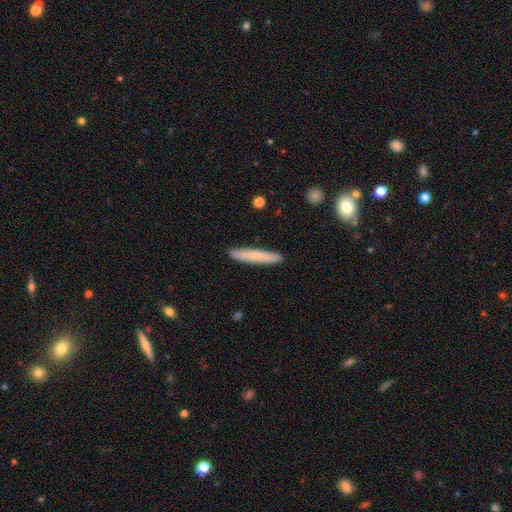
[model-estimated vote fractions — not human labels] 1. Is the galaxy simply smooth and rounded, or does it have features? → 69% smooth, 25% featured or disk, 6% star or artifact.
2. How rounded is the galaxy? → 93% cigar-shaped, 6% in between, 1% round.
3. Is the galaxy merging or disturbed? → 90% none, 8% minor disturbance, 1% major disturbance, 1% merger.